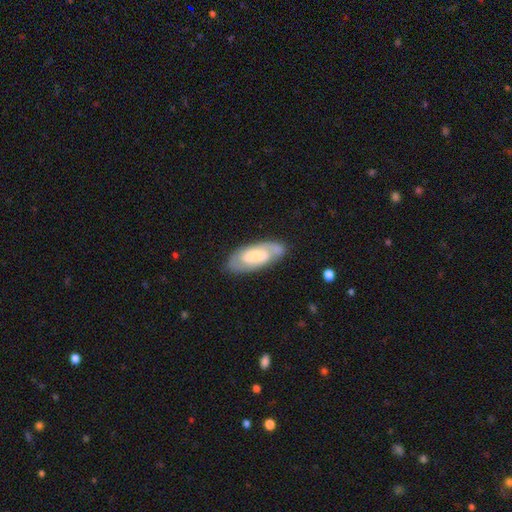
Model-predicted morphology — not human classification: Smooth or featured?
  - featured or disk: 59% *
  - smooth: 36%
  - star or artifact: 6%
Edge-on disk?
  - no: 91% *
  - yes: 9%
Bar?
  - no: 43% *
  - weak: 40%
  - strong: 18%
Spiral arms?
  - yes: 76% *
  - no: 24%
Bulge size?
  - small: 46% *
  - moderate: 34%
  - large: 11%
  - none: 7%
  - dominant: 2%
Merging?
  - none: 75% *
  - minor disturbance: 17%
  - major disturbance: 5%
  - merger: 3%